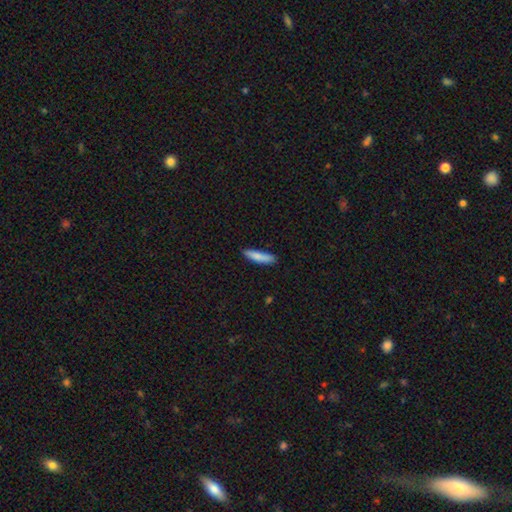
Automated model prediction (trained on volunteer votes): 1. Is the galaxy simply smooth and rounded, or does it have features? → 83% smooth, 11% featured or disk, 6% star or artifact.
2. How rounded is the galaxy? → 81% cigar-shaped, 18% in between, 1% round.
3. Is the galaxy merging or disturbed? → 83% none, 13% minor disturbance, 2% major disturbance, 1% merger.